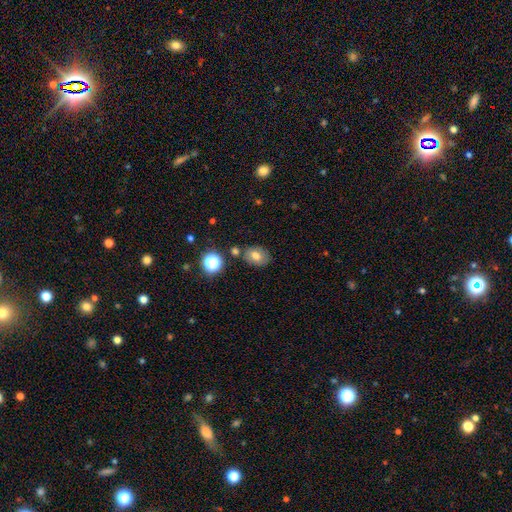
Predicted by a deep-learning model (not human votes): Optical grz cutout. It shows a smooth galaxy with no disk features (71%) that is in between round and cigar-shaped (65%). Merging: none (73%).